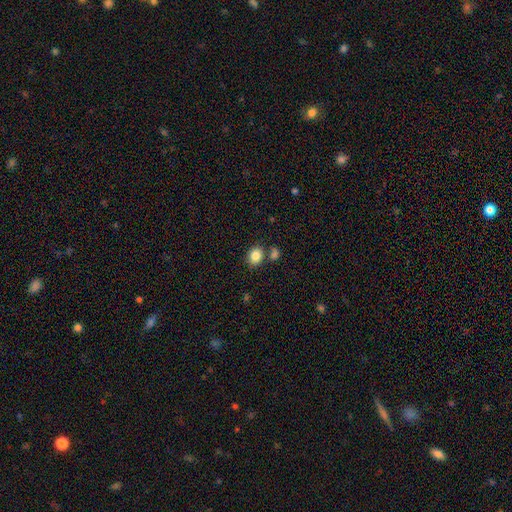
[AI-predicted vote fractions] A smooth galaxy with no disk features (85%) that is in between round and cigar-shaped (53%).

Vote fractions:
- Smooth or featured? smooth: 85% / star or artifact: 9% / featured or disk: 6%
- How rounded? in between: 53% / round: 46% / cigar-shaped: 1%
- Merging? none: 70% / merger: 16% / minor disturbance: 11% / major disturbance: 3%